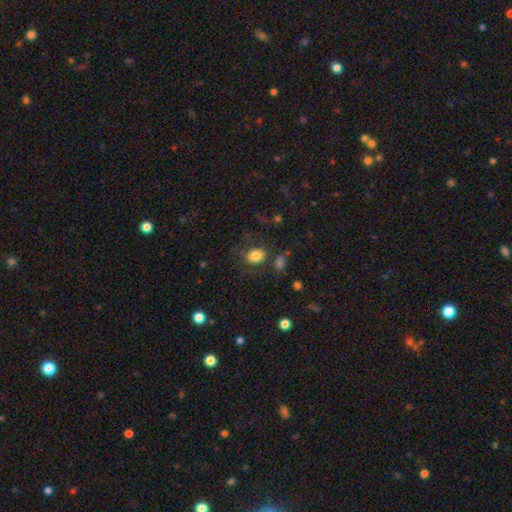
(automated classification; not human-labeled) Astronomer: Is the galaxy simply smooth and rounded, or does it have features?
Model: smooth — 80%.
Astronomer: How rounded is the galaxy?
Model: round — 52% (runner-up: in between, 47%).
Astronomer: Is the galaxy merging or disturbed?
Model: none — 69%.